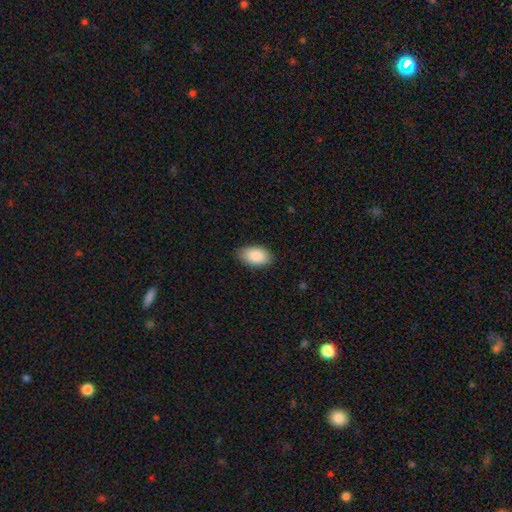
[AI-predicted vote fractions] smooth-or-featured: smooth: 88% | star or artifact: 6% | featured or disk: 6%
  how-rounded: in between: 94% | round: 5% | cigar-shaped: 1%
  merging: none: 84% | minor disturbance: 13% | major disturbance: 2% | merger: 1%